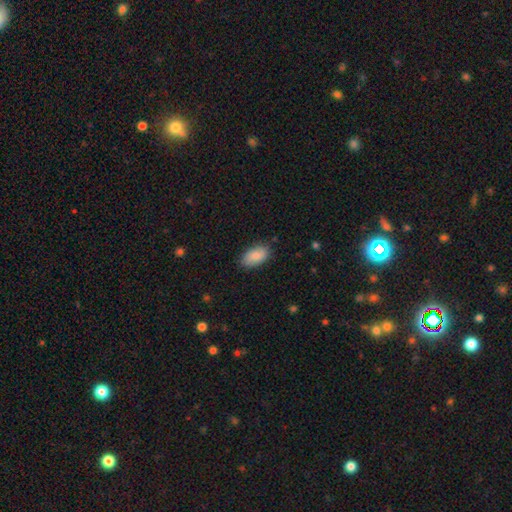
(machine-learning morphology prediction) Smooth or featured? Predicted: smooth (p=0.85). How rounded? Predicted: in between (p=0.94). Merging? Predicted: none (p=0.83).